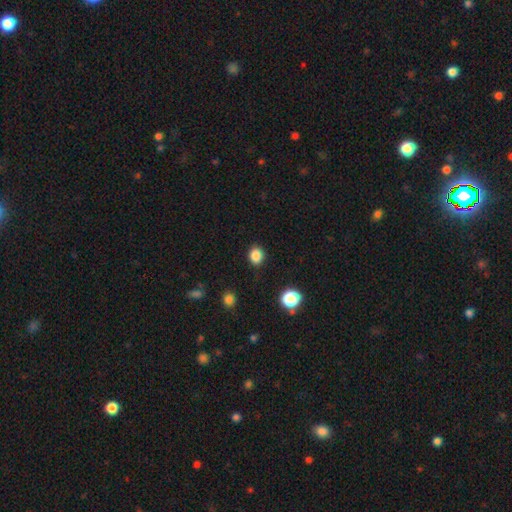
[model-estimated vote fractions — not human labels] Morphology: type=smooth (86%); roundness=round (69%); merging=none (87%).